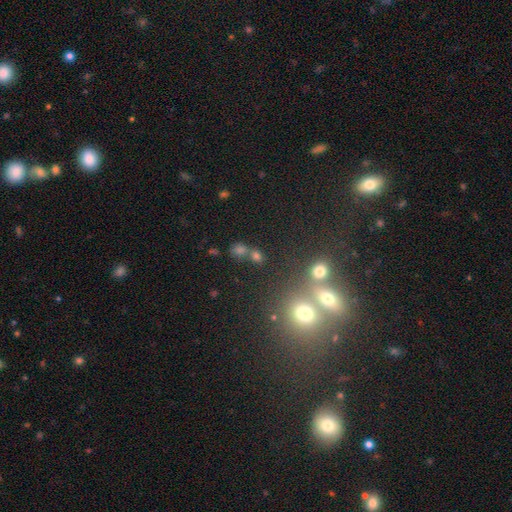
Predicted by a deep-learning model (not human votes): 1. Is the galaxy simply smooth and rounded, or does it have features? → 62% smooth, 26% star or artifact, 12% featured or disk.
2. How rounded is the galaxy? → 64% round, 33% in between, 3% cigar-shaped.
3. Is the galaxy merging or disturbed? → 53% none, 32% merger, 10% minor disturbance, 6% major disturbance.